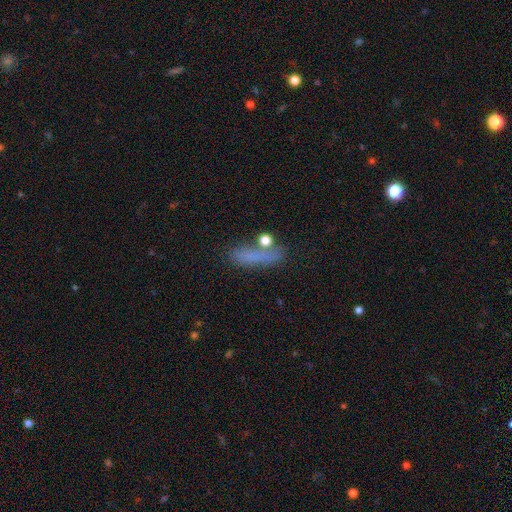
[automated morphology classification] type=smooth (72%); roundness=cigar-shaped (68%); merging=none (68%).